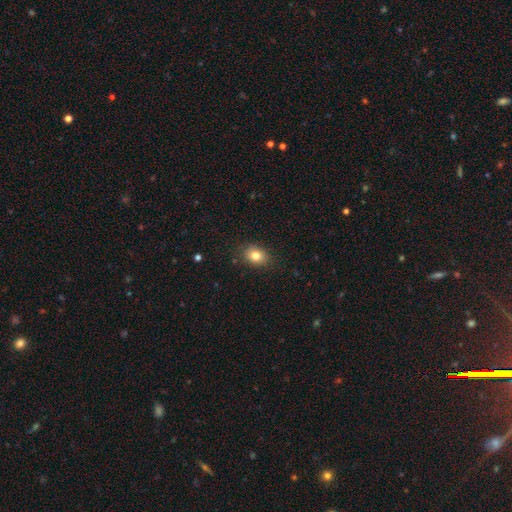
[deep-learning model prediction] smooth_or_featured: smooth (p=0.81) [alt: star or artifact p=0.10]
how_rounded: in between (p=0.62) [alt: round p=0.37]
merging: none (p=0.85) [alt: minor disturbance p=0.11]